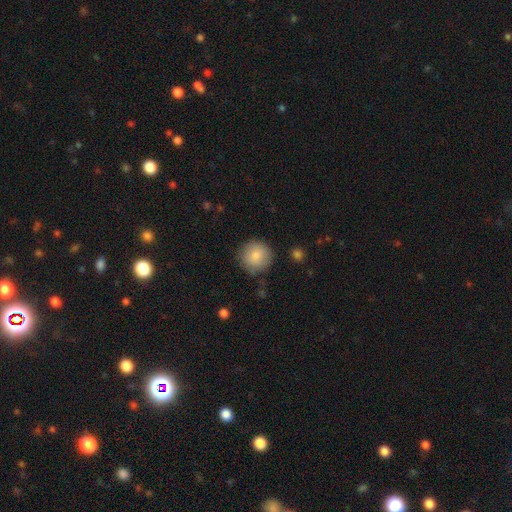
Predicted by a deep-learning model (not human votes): This is clearly a smooth galaxy (85%). How rounded: clearly round (94%). Merging: clearly none (83%).